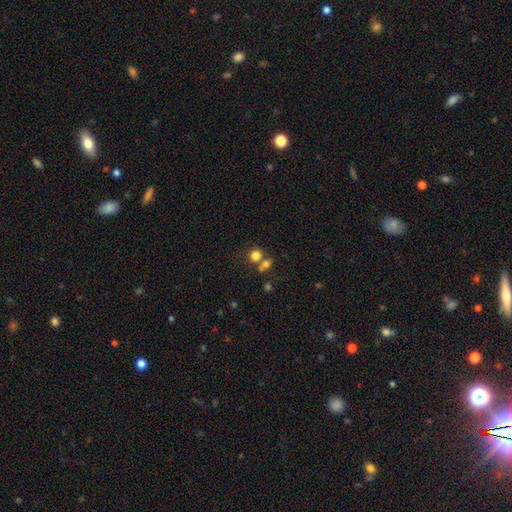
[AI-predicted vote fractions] Smooth or featured? smooth (77%)
How rounded? round (85%)
Merging? none (52%)